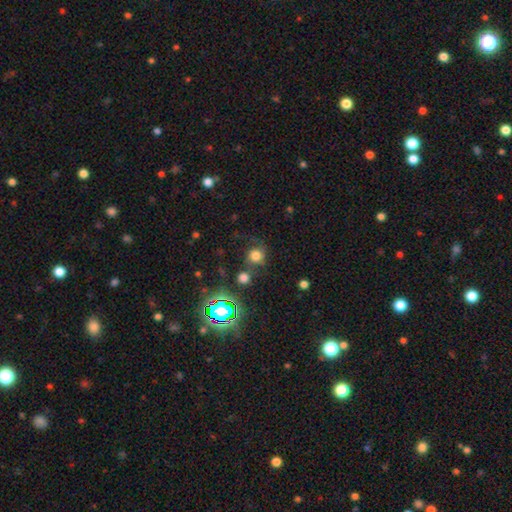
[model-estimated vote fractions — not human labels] smooth_or_featured: smooth (p=0.69) [alt: star or artifact p=0.19]
how_rounded: round (p=0.89) [alt: in between p=0.10]
merging: none (p=0.63) [alt: minor disturbance p=0.14]